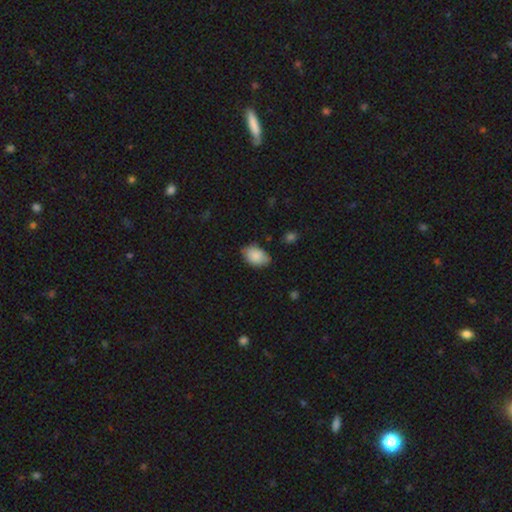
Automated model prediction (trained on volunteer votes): A smooth galaxy with no disk features (86%) that is in between round and cigar-shaped (88%). Merging: none (74%).